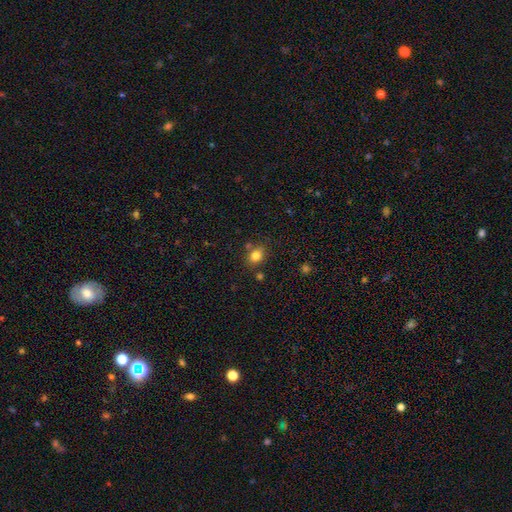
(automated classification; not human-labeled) Smooth or featured? smooth (81%)
How rounded? round (54%)
Merging? none (74%)